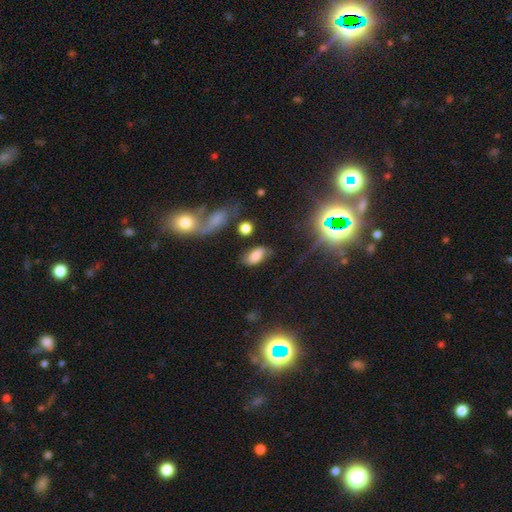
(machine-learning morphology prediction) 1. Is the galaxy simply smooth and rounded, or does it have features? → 70% smooth, 16% featured or disk, 14% star or artifact.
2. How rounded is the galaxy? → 92% in between, 5% round, 3% cigar-shaped.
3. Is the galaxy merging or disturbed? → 64% none, 21% minor disturbance, 9% major disturbance, 6% merger.